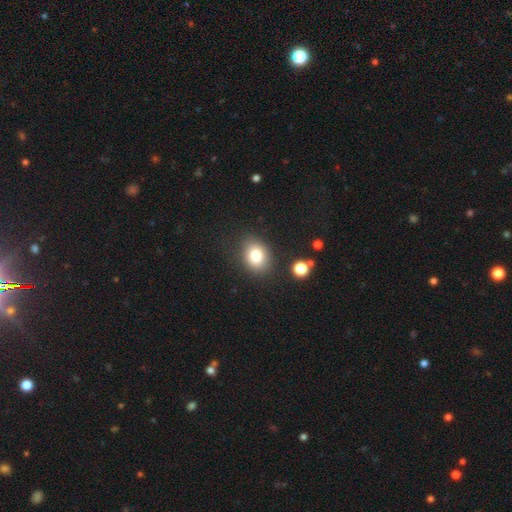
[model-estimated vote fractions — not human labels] Smooth or featured?
  - smooth: 80% *
  - star or artifact: 11%
  - featured or disk: 9%
How rounded?
  - in between: 54% *
  - round: 45%
  - cigar-shaped: 1%
Merging?
  - none: 80% *
  - minor disturbance: 13%
  - major disturbance: 4%
  - merger: 3%